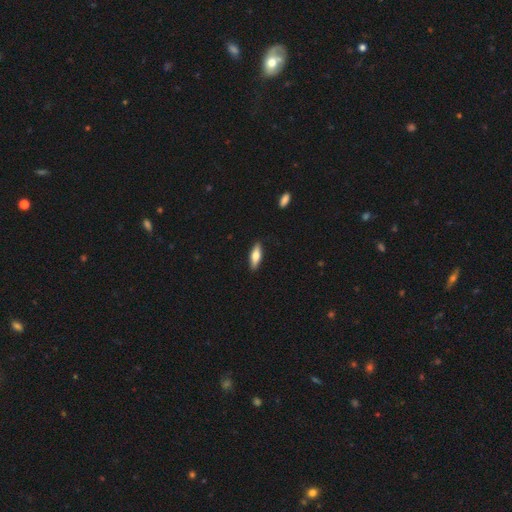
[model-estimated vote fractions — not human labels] Morphology: type=smooth (65%); roundness=in between (53%); merging=none (88%).